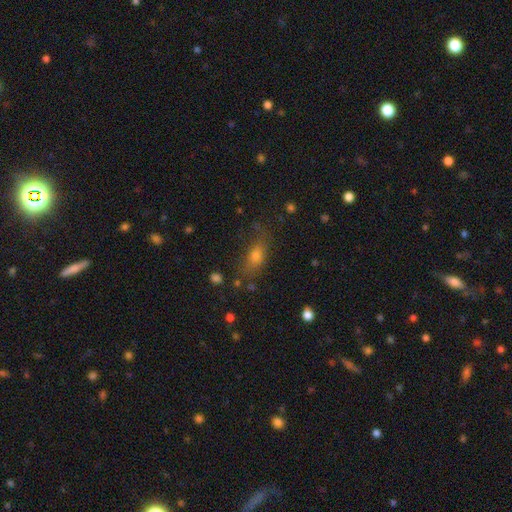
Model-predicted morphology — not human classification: Overall: smooth (68%). How rounded: in between (70%). Merging: none (67%).